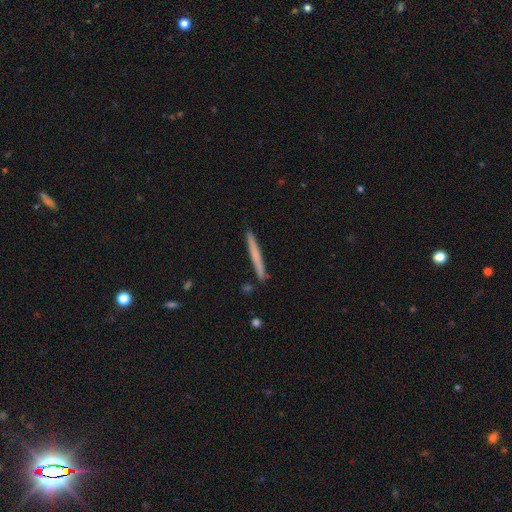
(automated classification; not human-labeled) The model was most divided on "smooth or featured": smooth: 61%, featured or disk: 34%, star or artifact: 6%. More confident: how rounded — cigar-shaped (97%); merging — none (90%).